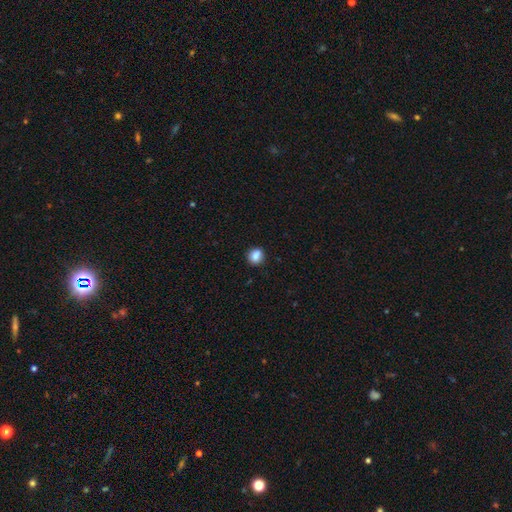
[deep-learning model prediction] This is clearly a smooth galaxy (84%). How rounded: likely round (76%). Merging: clearly none (81%).